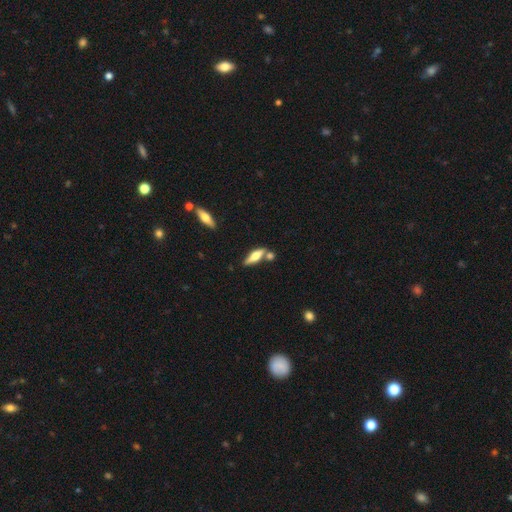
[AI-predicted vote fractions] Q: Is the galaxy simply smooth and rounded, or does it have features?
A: smooth — 51%.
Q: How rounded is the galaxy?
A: cigar-shaped — 55%.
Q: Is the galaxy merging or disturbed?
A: none — 63%.